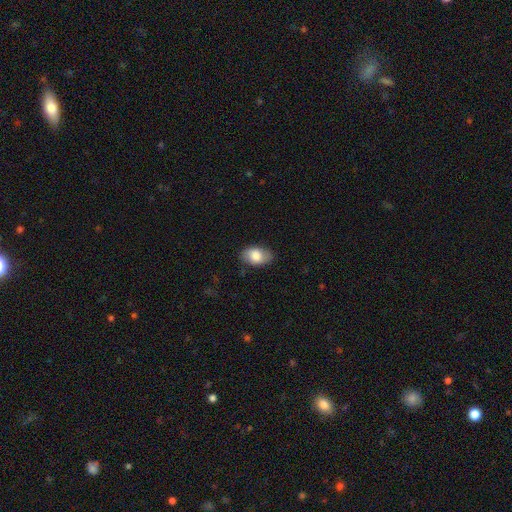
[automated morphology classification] A smooth galaxy with no disk features (80%) that is in between round and cigar-shaped (90%). Merging: none (81%).